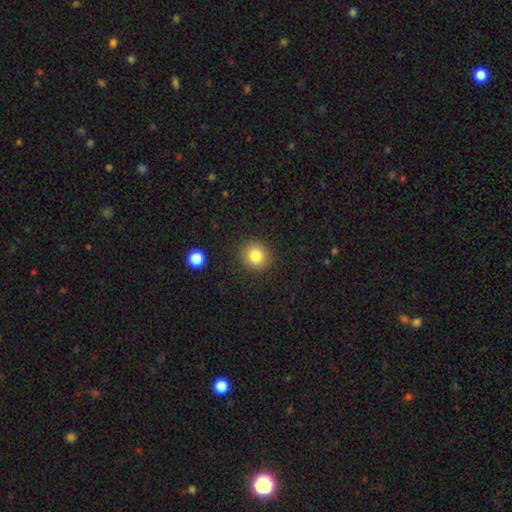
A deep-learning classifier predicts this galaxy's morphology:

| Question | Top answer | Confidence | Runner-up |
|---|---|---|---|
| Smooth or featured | smooth | 82% | star or artifact (11%) |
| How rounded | round | 88% | in between (11%) |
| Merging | none | 89% | minor disturbance (7%) |